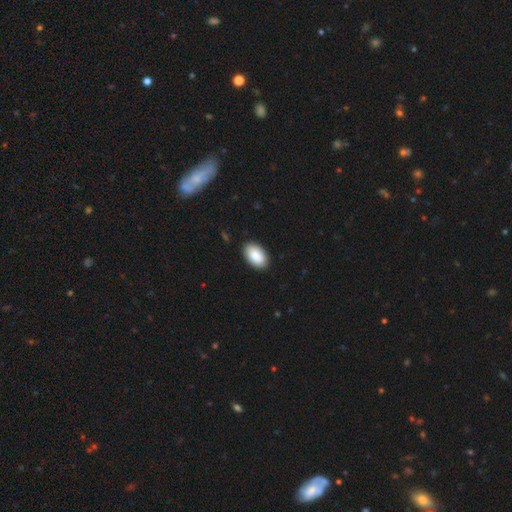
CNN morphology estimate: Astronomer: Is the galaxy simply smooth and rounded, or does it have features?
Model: smooth — 90%.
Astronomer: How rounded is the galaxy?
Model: in between — 95%.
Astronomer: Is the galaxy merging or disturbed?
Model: none — 90%.